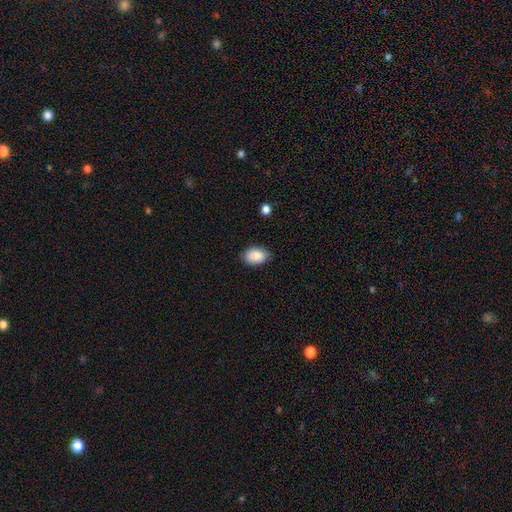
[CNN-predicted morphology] Smooth or featured: smooth — 89% (star or artifact — 7%)
How rounded: in between — 87% (round — 12%)
Merging: none — 85% (minor disturbance — 12%)